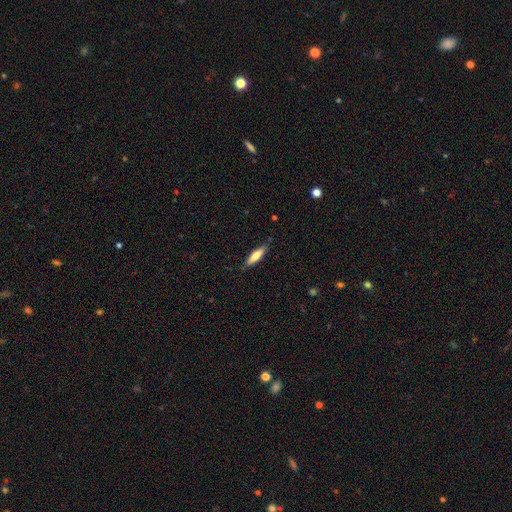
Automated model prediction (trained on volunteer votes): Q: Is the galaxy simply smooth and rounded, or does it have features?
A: smooth — 66%.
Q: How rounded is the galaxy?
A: cigar-shaped — 68%.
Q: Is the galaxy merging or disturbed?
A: none — 82%.